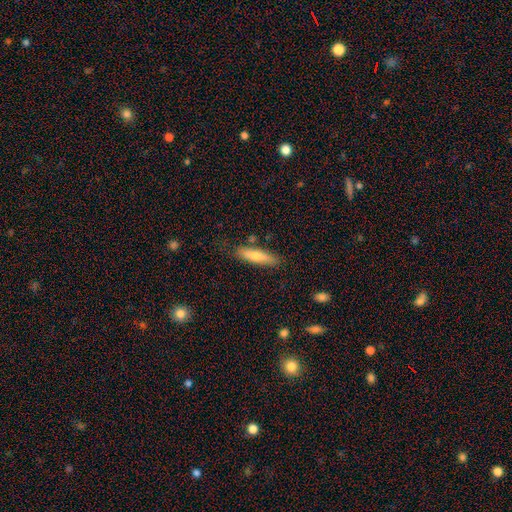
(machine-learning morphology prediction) Q: Smooth or featured?
A: smooth (64%); runner-up: featured or disk (29%)
Q: How rounded?
A: cigar-shaped (73%); runner-up: in between (25%)
Q: Merging?
A: none (81%); runner-up: minor disturbance (13%)